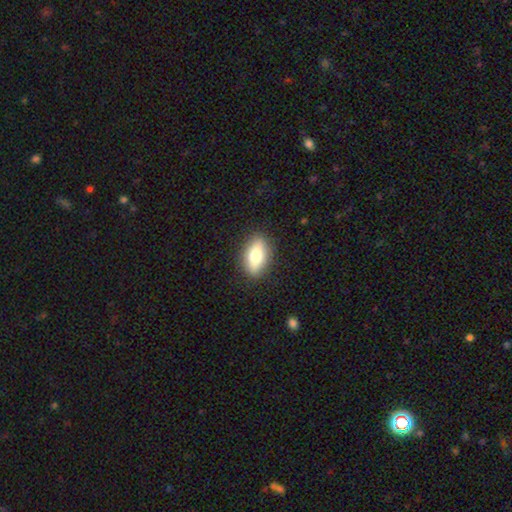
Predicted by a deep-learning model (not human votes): Smooth or featured: smooth — 75% (featured or disk — 18%)
How rounded: in between — 84% (cigar-shaped — 10%)
Merging: none — 88% (minor disturbance — 9%)